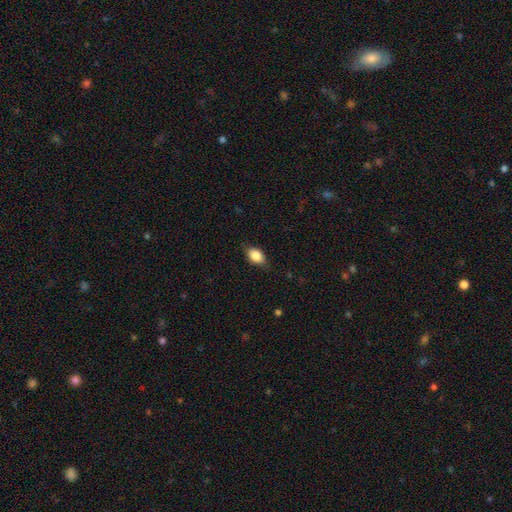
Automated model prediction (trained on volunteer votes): Smooth or featured: smooth — 83% (featured or disk — 9%)
How rounded: in between — 84% (round — 13%)
Merging: none — 79% (minor disturbance — 17%)